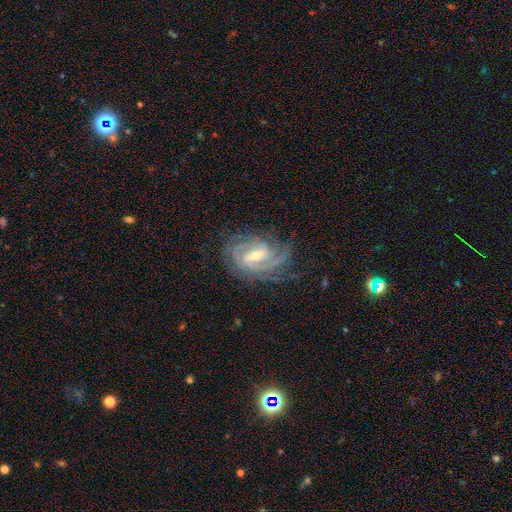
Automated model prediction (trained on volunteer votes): Q: Smooth or featured?
A: featured or disk (90%); runner-up: star or artifact (6%)
Q: Edge-on disk?
A: no (97%); runner-up: yes (3%)
Q: Bar?
A: weak (46%); runner-up: strong (40%)
Q: Spiral arms?
A: yes (98%); runner-up: no (2%)
Q: Spiral winding?
A: tight (64%); runner-up: medium (30%)
Q: Spiral arm count?
A: 3 (30%); runner-up: 2 (27%)
Q: Bulge size?
A: small (51%); runner-up: moderate (45%)
Q: Merging?
A: none (74%); runner-up: minor disturbance (18%)